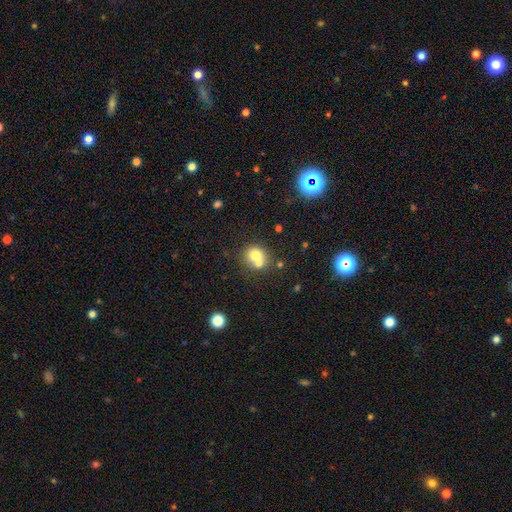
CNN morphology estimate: Q: Smooth or featured?
A: smooth (71%); runner-up: featured or disk (17%)
Q: How rounded?
A: round (81%); runner-up: in between (18%)
Q: Merging?
A: merger (46%); runner-up: none (42%)